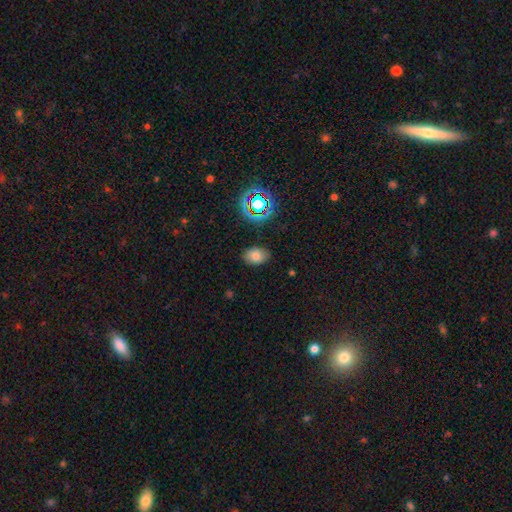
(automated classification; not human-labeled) Smooth or featured? Predicted: smooth (p=0.75). How rounded? Predicted: in between (p=0.82). Merging? Predicted: none (p=0.84).